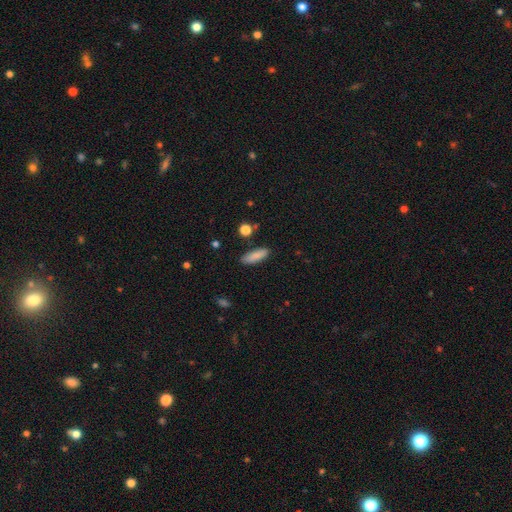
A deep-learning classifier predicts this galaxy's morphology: This appears to be a smooth galaxy with no disk features (85%) that is in between round and cigar-shaped (53%). Merging: none (85%).